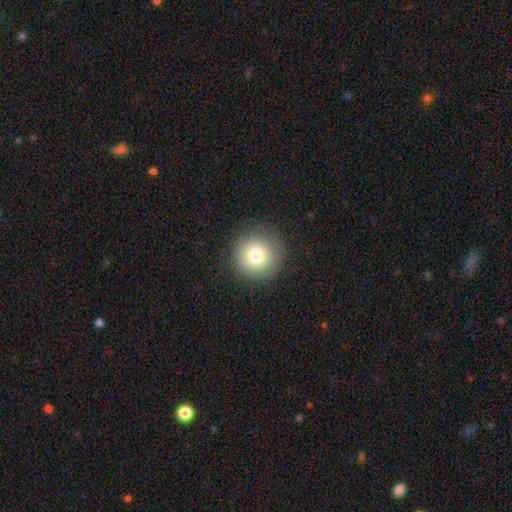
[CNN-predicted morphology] Smooth or featured?
  - smooth: 80% *
  - star or artifact: 10%
  - featured or disk: 10%
How rounded?
  - round: 96% *
  - in between: 3%
  - cigar-shaped: 1%
Merging?
  - none: 87% *
  - minor disturbance: 9%
  - major disturbance: 3%
  - merger: 1%